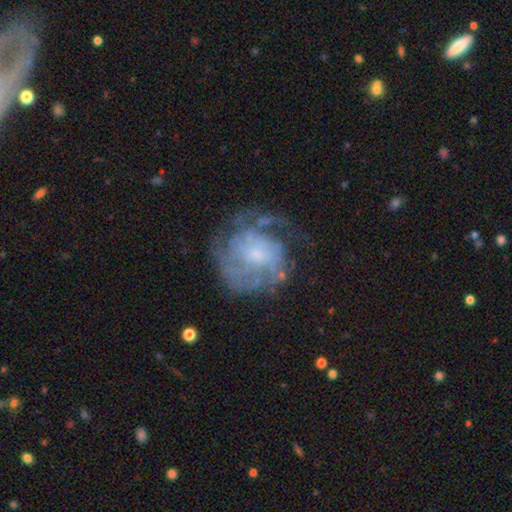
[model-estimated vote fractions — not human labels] Overall: featured or disk (71%). Edge-on disk: no (98%). Bar: no (67%; weak 28%). Spiral arms: yes (72%). Spiral arm count: can't tell (47%; 2 18%). Spiral winding: tight (44%; medium 35%). Bulge size: small (50%; moderate 29%). Merging: none (49%; major disturbance 28%).